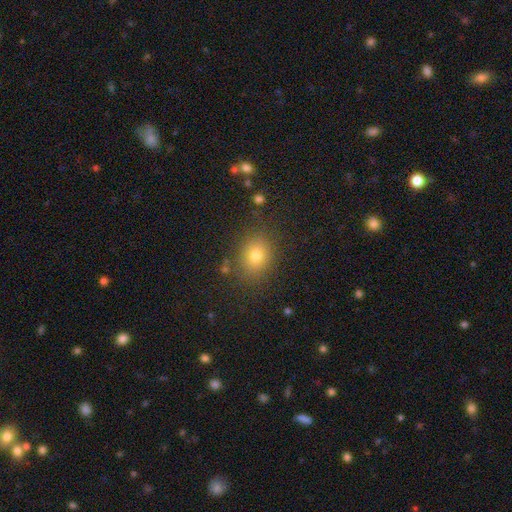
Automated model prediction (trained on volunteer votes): smooth 76%, star or artifact 15%, featured or disk 9%. Down the decision tree: how rounded — round (55%); merging — none (84%).